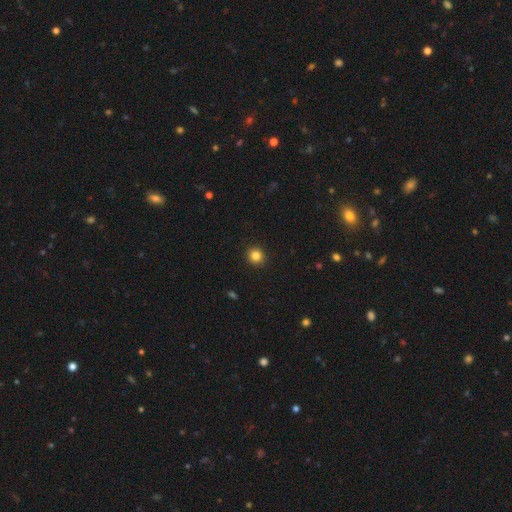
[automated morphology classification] A smooth galaxy with no disk features (84%) that is round (92%). Merging: none (93%).